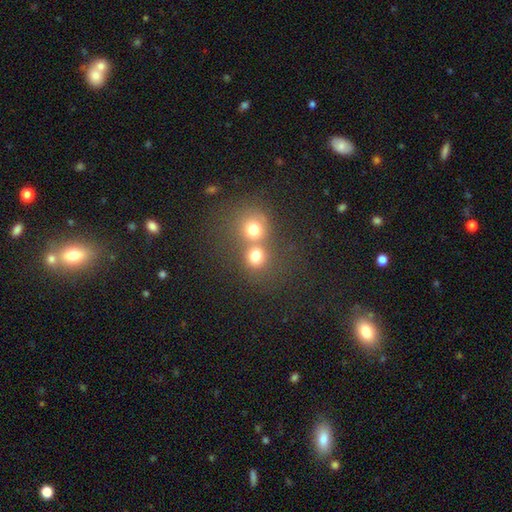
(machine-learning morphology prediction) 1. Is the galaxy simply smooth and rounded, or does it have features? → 73% smooth, 15% star or artifact, 12% featured or disk.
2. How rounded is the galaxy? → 82% round, 17% in between, 1% cigar-shaped.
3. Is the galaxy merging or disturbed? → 52% merger, 39% none, 6% minor disturbance, 3% major disturbance.